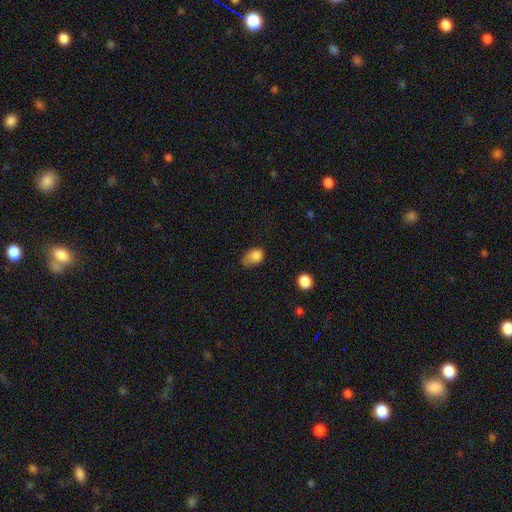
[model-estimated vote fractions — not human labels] Smooth or featured? smooth (82%)
How rounded? in between (71%)
Merging? minor disturbance (42%)